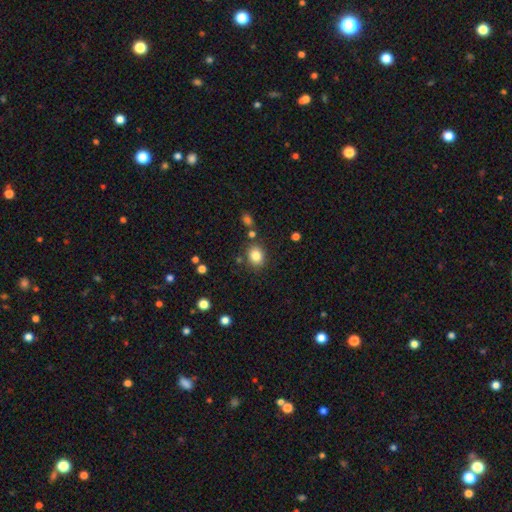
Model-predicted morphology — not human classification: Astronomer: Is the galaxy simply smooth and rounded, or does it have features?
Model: smooth — 83%.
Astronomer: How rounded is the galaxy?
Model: round — 62% (runner-up: in between, 37%).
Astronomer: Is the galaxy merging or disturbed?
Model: none — 81%.